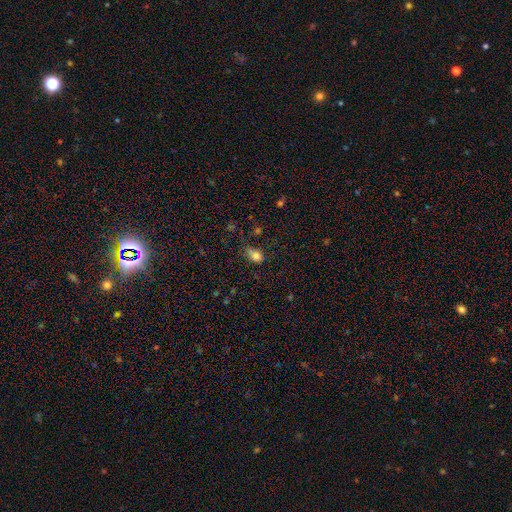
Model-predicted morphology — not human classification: smooth-or-featured: smooth: 80% | star or artifact: 12% | featured or disk: 7%
  how-rounded: in between: 67% | round: 31% | cigar-shaped: 2%
  merging: none: 48% | minor disturbance: 32% | major disturbance: 13% | merger: 6%